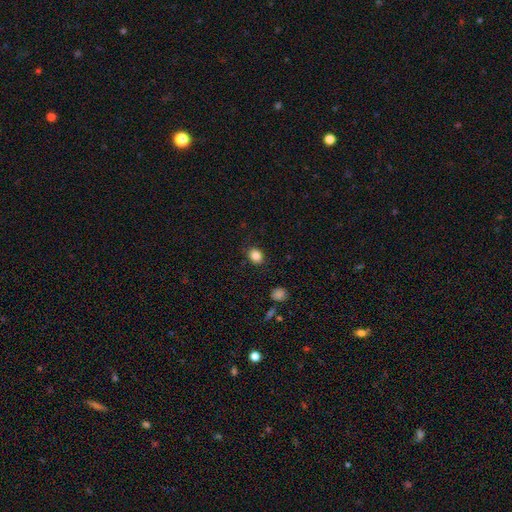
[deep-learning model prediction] A smooth galaxy with no disk features (85%) that is round (58%). Merging: none (86%).